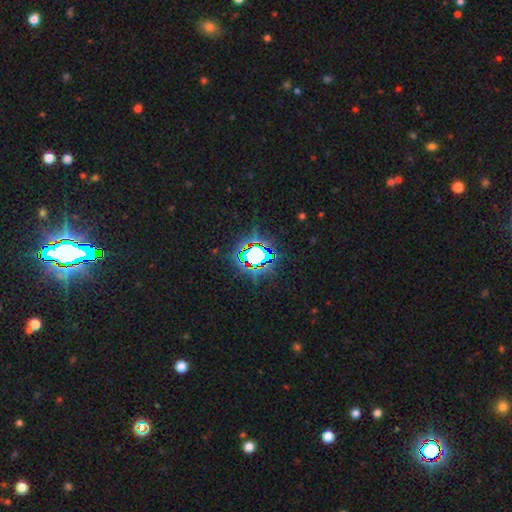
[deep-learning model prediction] Overall: star or artifact (75%).